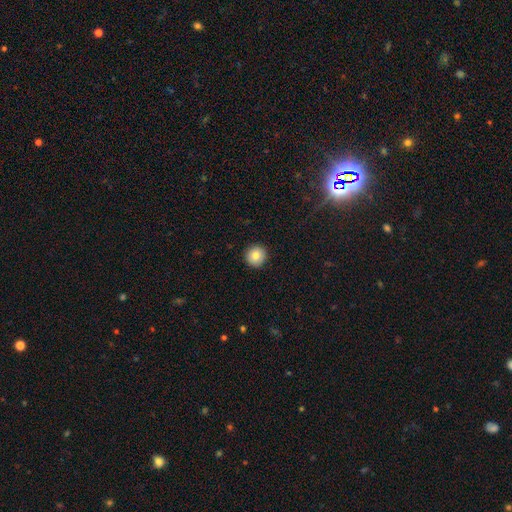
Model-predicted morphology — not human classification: Overall: smooth (83%). How rounded: round (95%). Merging: none (92%).